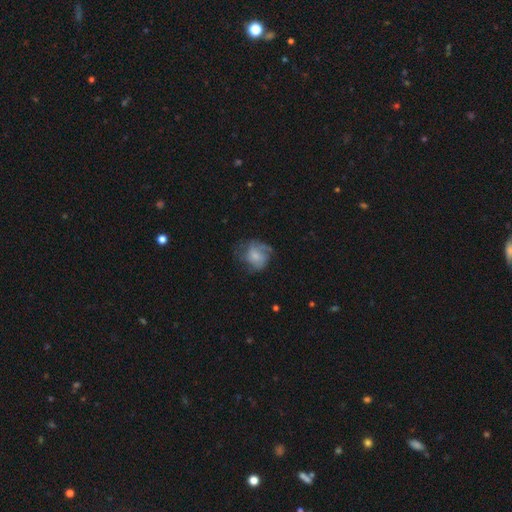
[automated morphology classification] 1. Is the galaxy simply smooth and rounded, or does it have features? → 47% smooth, 44% featured or disk, 9% star or artifact.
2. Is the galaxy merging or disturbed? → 48% none, 26% minor disturbance, 24% major disturbance, 2% merger.